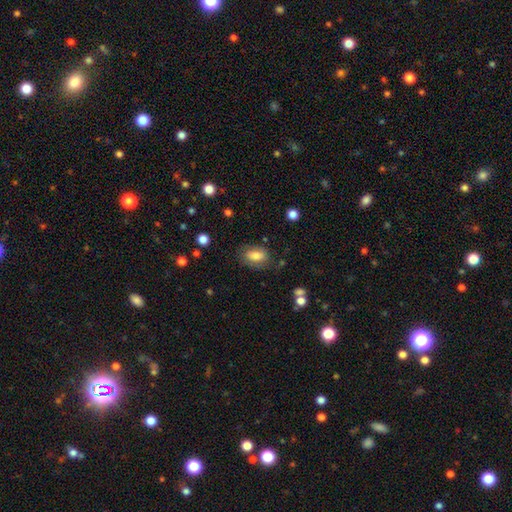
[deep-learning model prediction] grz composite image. It shows a smooth galaxy with no disk features (76%) that is in between round and cigar-shaped (87%). Merging: none (72%).